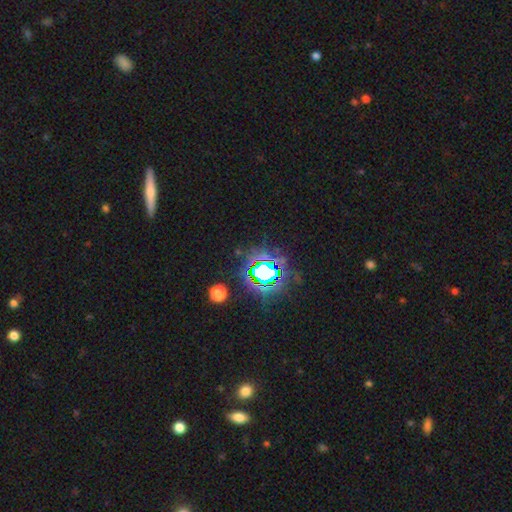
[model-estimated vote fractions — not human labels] Smooth or featured? Predicted: star or artifact (p=0.76).